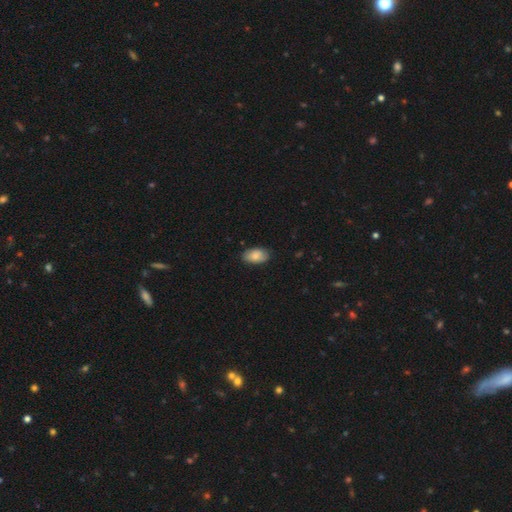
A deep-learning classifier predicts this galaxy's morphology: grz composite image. It shows a smooth galaxy with no disk features (83%) that is in between round and cigar-shaped (94%). Merging: none (84%).